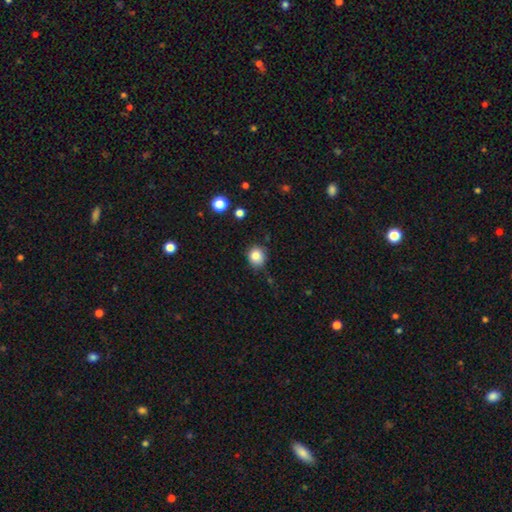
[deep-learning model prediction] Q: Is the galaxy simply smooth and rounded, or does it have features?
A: smooth — 84%.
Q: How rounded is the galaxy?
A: round — 78%.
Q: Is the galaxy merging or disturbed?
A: none — 77%.